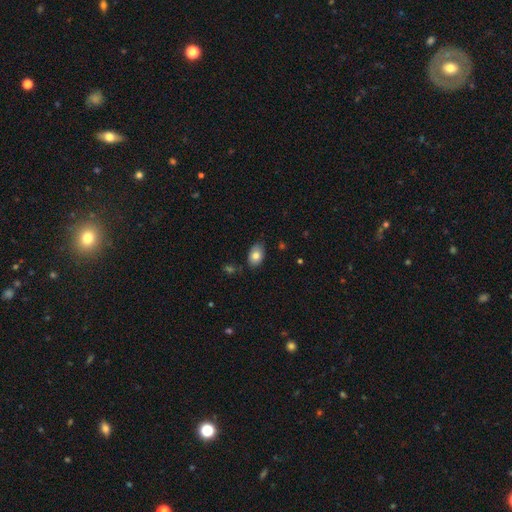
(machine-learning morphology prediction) Q: Smooth or featured?
A: smooth (79%); runner-up: featured or disk (13%)
Q: How rounded?
A: in between (88%); runner-up: round (10%)
Q: Merging?
A: none (81%); runner-up: minor disturbance (14%)